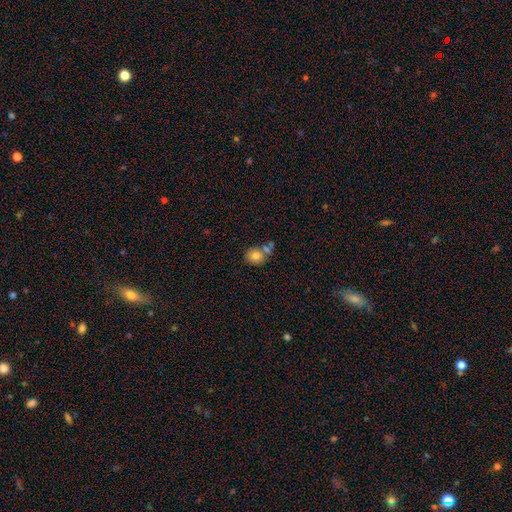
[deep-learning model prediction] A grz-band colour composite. It shows a smooth galaxy with no disk features (77%) that is round (74%). Merging: none (59%).